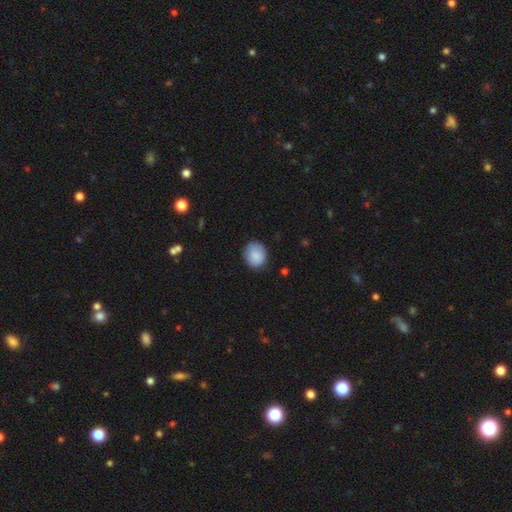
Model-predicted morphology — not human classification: smooth 87%, star or artifact 7%, featured or disk 6%. Down the decision tree: how rounded — round (75%); merging — none (80%).